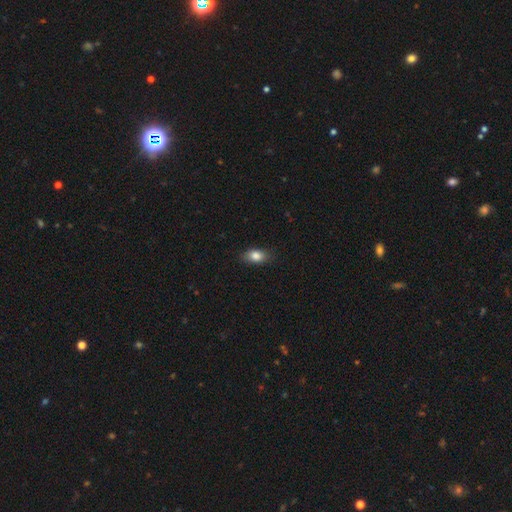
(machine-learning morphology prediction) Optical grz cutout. It shows a smooth galaxy with no disk features (84%) that is in between round and cigar-shaped (84%). Merging: none (84%).